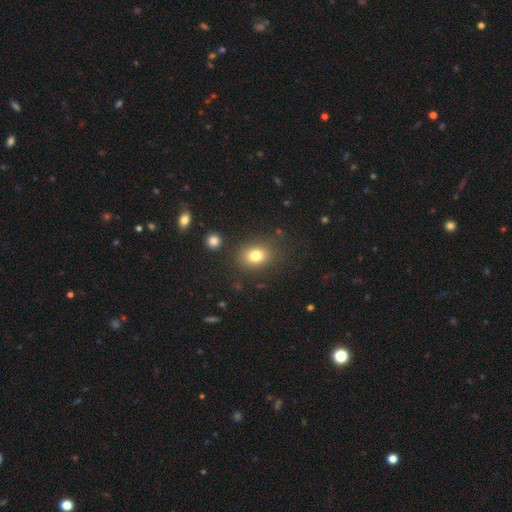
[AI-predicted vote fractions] Smooth or featured? Predicted: smooth (p=0.79). How rounded? Predicted: in between (p=0.53). Merging? Predicted: none (p=0.82).